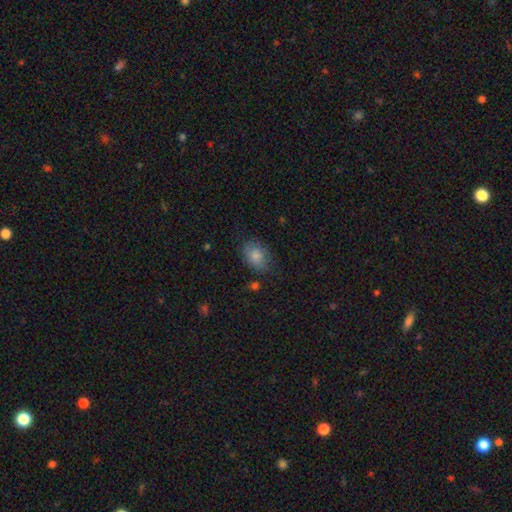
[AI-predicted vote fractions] Morphology: type=smooth (82%); roundness=in between (77%); merging=none (70%).